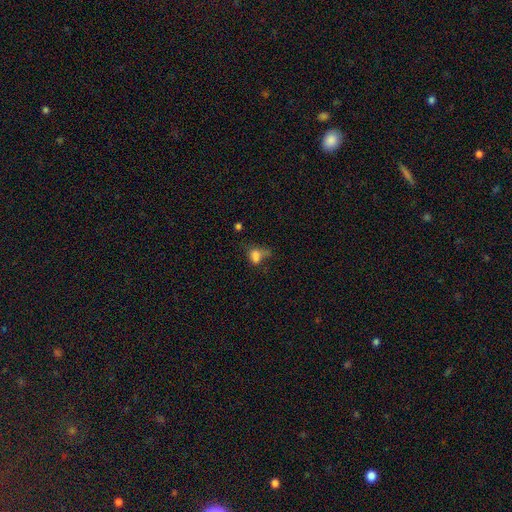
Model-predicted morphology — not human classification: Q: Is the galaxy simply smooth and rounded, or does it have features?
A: smooth — 72%.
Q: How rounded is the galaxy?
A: in between — 68%.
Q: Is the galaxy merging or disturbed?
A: none — 27%, tied with major disturbance.